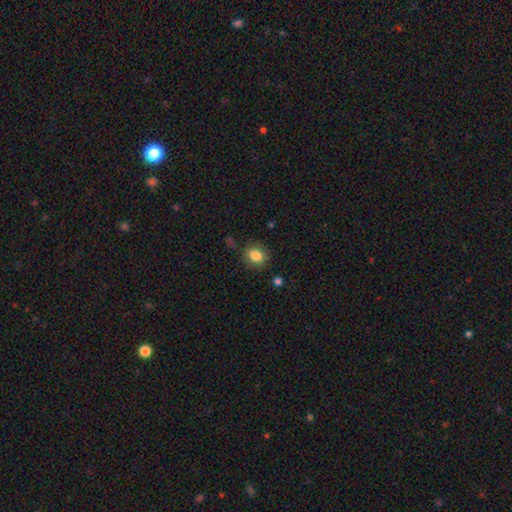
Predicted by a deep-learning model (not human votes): A smooth galaxy with no disk features (84%) that is round (58%).

Vote fractions:
- Smooth or featured? smooth: 84% / star or artifact: 10% / featured or disk: 6%
- How rounded? round: 58% / in between: 40% / cigar-shaped: 1%
- Merging? none: 81% / minor disturbance: 13% / major disturbance: 4% / merger: 2%